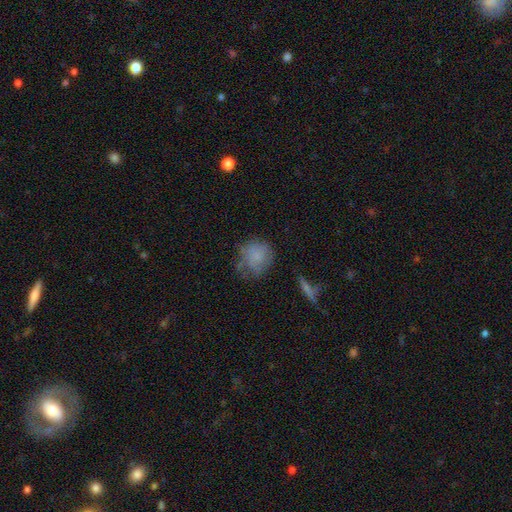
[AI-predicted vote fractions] This is likely a smooth galaxy (70%). How rounded: likely round (76%). Merging: possibly none (51%).